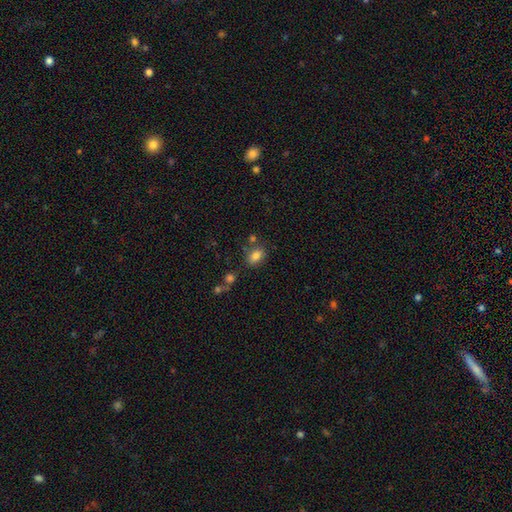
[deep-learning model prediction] This is clearly a smooth galaxy (83%). How rounded: likely in between (79%). Merging: likely none (69%).